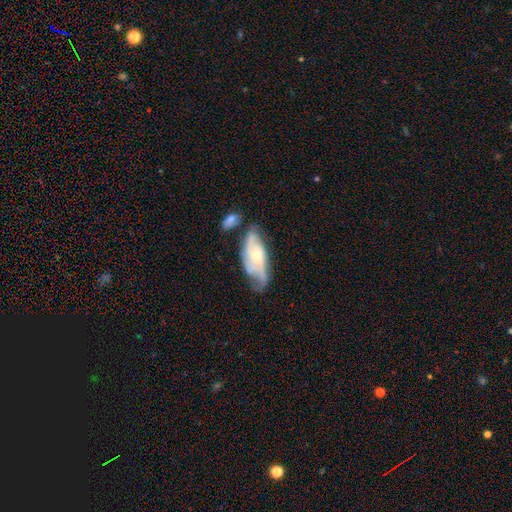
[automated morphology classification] type=featured or disk (69%); edge-on=no (91%); bar=no (76%); spiral arms=yes (84%); winding=tight (43%); arm count=can't tell (38%); bulge=small (61%); merging=none (46%).